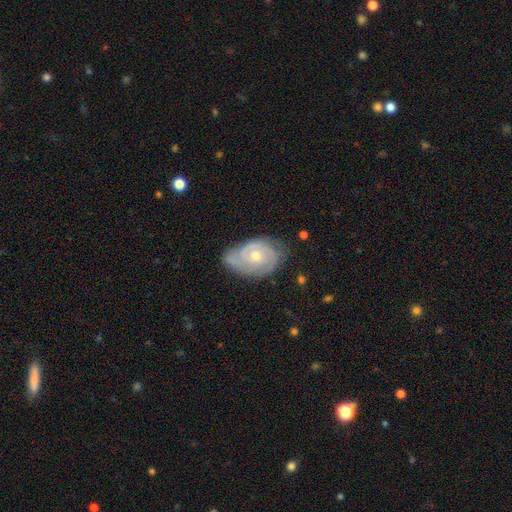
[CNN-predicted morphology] Smooth or featured: featured or disk — 77% (smooth — 17%)
Edge-on disk: no — 96% (yes — 4%)
Bar: no — 77% (weak — 20%)
Spiral arms: yes — 89% (no — 11%)
Spiral winding: tight — 63% (medium — 29%)
Spiral arm count: 2 — 41% (can't tell — 29%)
Bulge size: moderate — 51% (small — 46%)
Merging: none — 59% (minor disturbance — 30%)